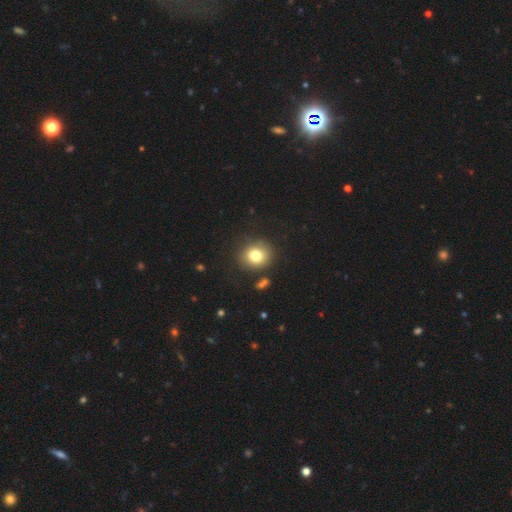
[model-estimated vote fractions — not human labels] Smooth or featured? smooth (79%)
How rounded? round (80%)
Merging? none (81%)